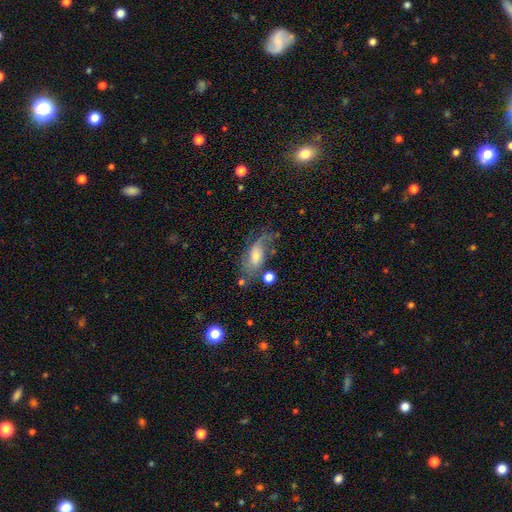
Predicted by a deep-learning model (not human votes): Smooth or featured? Predicted: featured or disk (p=0.61). Edge-on disk? Predicted: no (p=0.90). Bar? Predicted: no (p=0.59). Spiral arms? Predicted: yes (p=0.82). Bulge size? Predicted: moderate (p=0.45). Merging? Predicted: none (p=0.50).